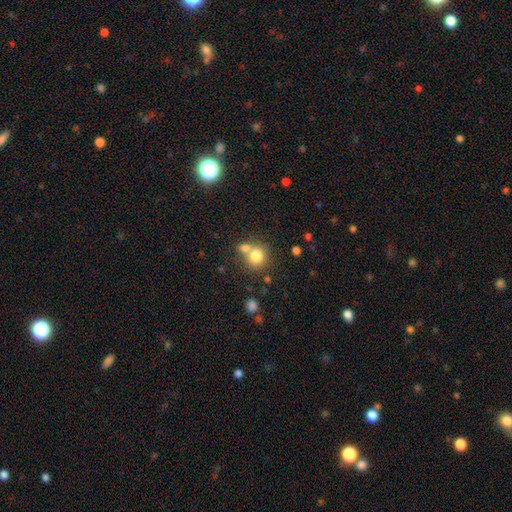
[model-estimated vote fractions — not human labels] Smooth or featured? smooth (78%)
How rounded? round (83%)
Merging? none (49%)